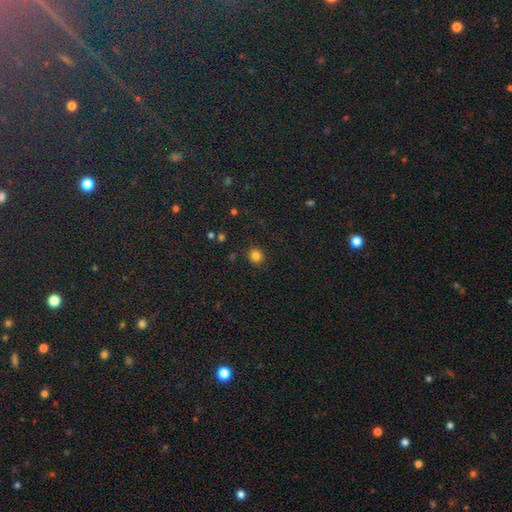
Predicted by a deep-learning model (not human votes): The model was most divided on "smooth or featured": smooth: 82%, star or artifact: 14%, featured or disk: 4%. More confident: merging — none (88%); how rounded — round (84%).